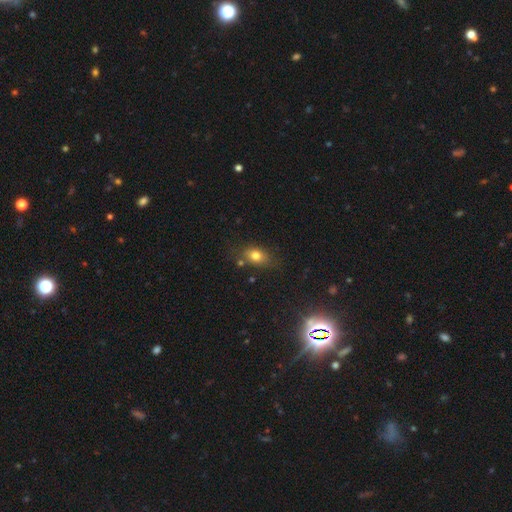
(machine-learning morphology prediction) A smooth galaxy with no disk features (76%) that is in between round and cigar-shaped (68%).

Vote fractions:
- Smooth or featured? smooth: 76% / featured or disk: 12% / star or artifact: 12%
- How rounded? in between: 68% / round: 29% / cigar-shaped: 3%
- Merging? none: 69% / minor disturbance: 19% / merger: 7% / major disturbance: 5%